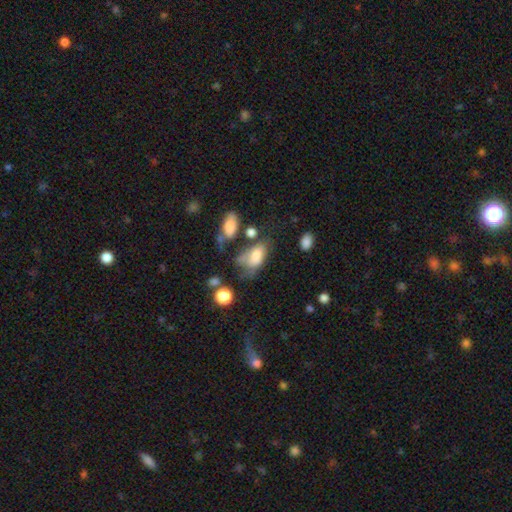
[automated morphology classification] A smooth galaxy with no disk features (69%) that is in between round and cigar-shaped (89%). Merging: major disturbance (34%).